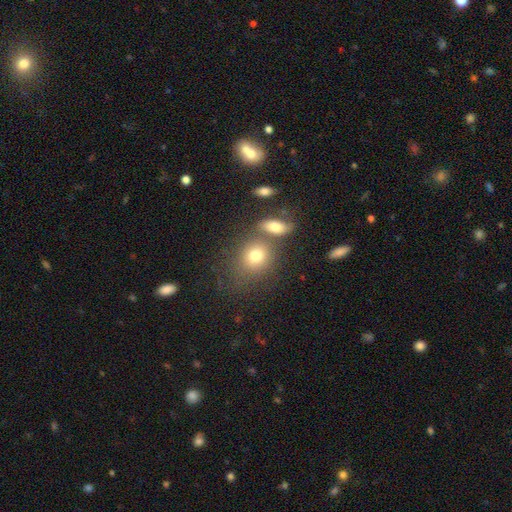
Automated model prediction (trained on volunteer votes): Overall: smooth (76%). How rounded: round (65%; in between 33%). Merging: none (56%; merger 25%).